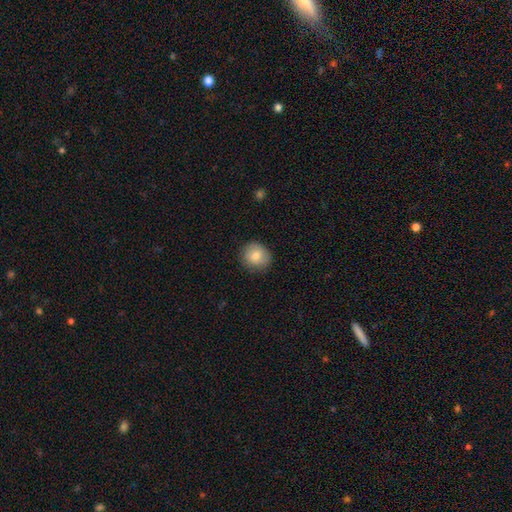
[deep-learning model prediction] smooth 82%, featured or disk 10%, star or artifact 8%. Down the decision tree: how rounded — round (79%); merging — none (84%).